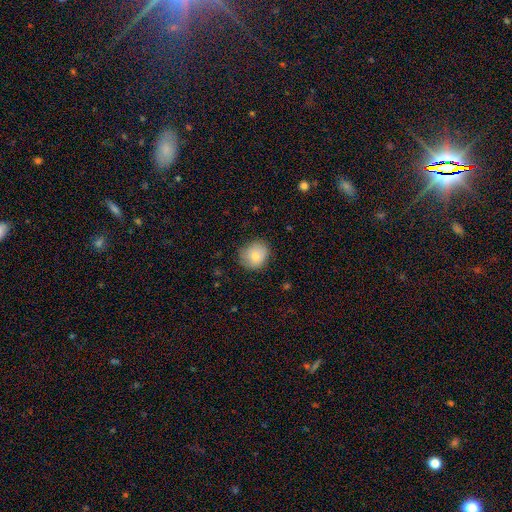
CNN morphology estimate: Overall: smooth (78%). How rounded: round (76%). Merging: none (75%).